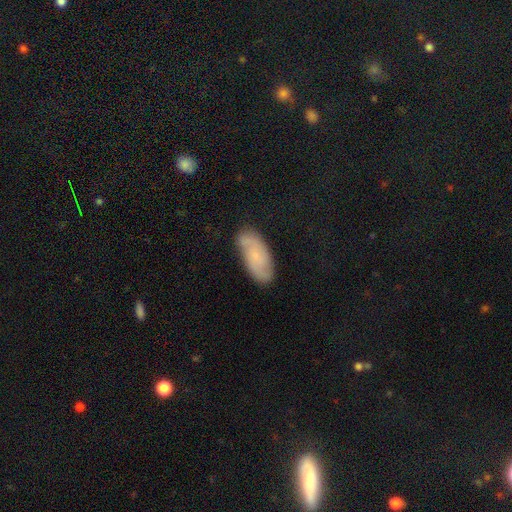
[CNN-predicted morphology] featured or disk 47%, smooth 45%, star or artifact 8%. Down the decision tree: merging — none (72%).